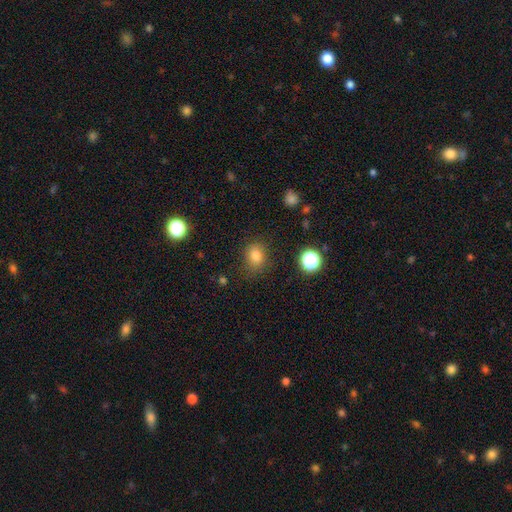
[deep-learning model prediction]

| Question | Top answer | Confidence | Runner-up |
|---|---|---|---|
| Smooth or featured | smooth | 80% | star or artifact (14%) |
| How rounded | round | 53% | in between (46%) |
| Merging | none | 78% | minor disturbance (15%) |